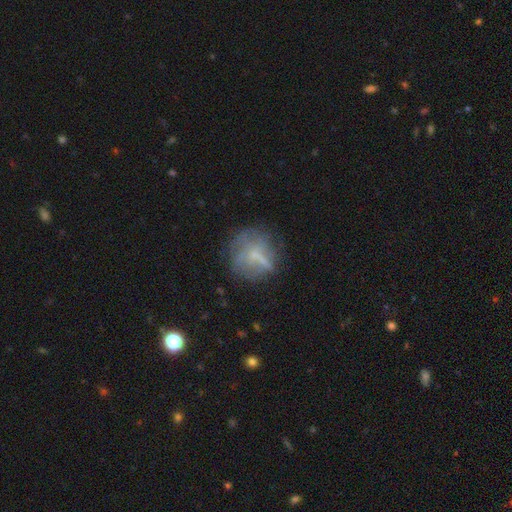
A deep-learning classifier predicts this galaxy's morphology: smooth-or-featured: smooth: 44% | featured or disk: 40% | star or artifact: 16%
  merging: none: 56% | minor disturbance: 20% | major disturbance: 20% | merger: 4%